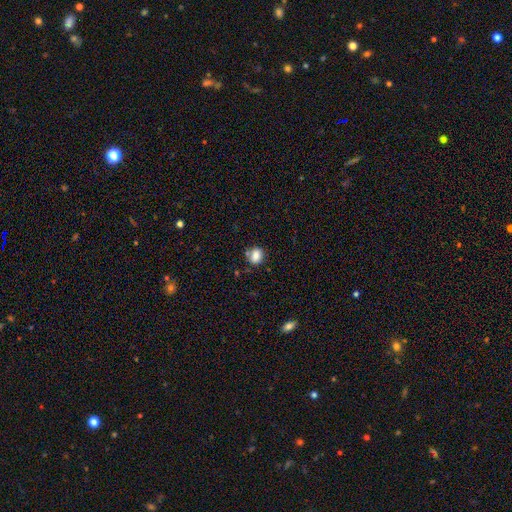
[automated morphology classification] smooth 83%, star or artifact 10%, featured or disk 8%. Down the decision tree: how rounded — in between (53%); merging — none (68%).